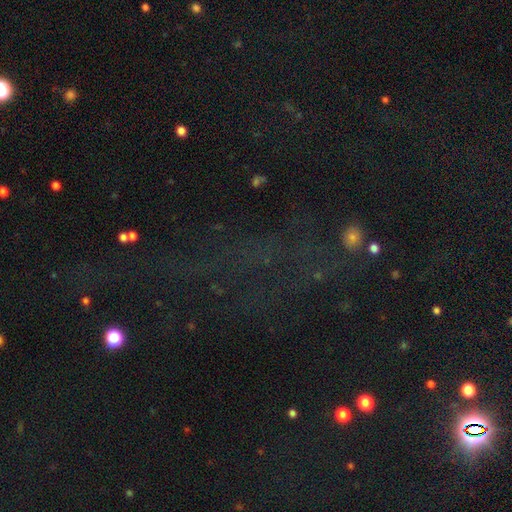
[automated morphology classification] Overall: star or artifact (69%).